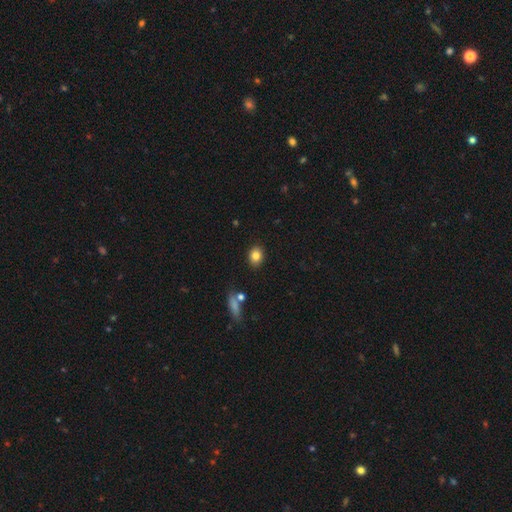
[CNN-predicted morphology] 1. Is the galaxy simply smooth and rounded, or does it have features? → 82% smooth, 10% star or artifact, 8% featured or disk.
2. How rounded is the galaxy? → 54% in between, 45% round, 1% cigar-shaped.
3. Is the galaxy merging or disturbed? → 87% none, 9% minor disturbance, 2% merger, 2% major disturbance.